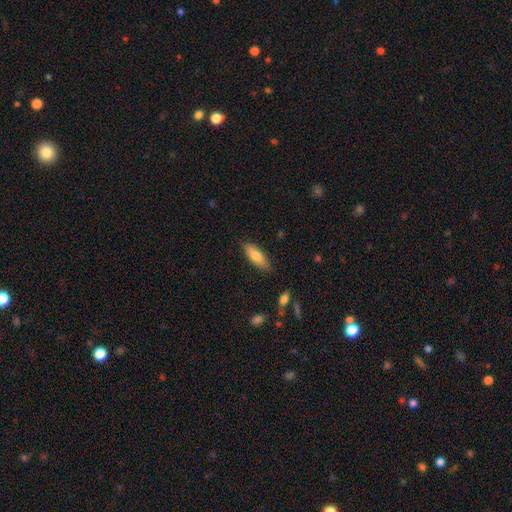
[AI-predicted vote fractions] This appears to be a smooth galaxy with no disk features (78%) that is in between round and cigar-shaped (60%). Merging: none (85%).